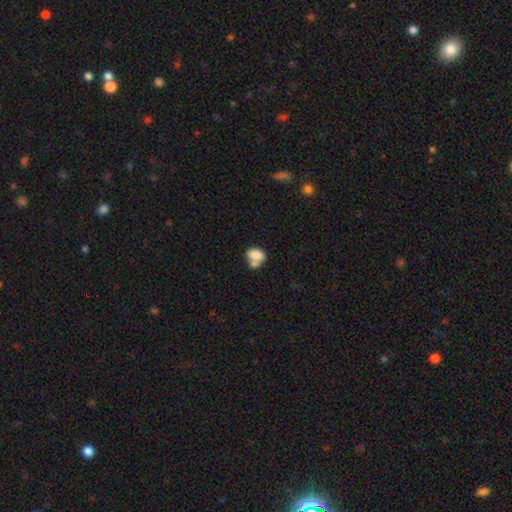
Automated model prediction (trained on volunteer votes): smooth 78%, featured or disk 14%, star or artifact 8%. Down the decision tree: how rounded — in between (72%); merging — merger (53%).